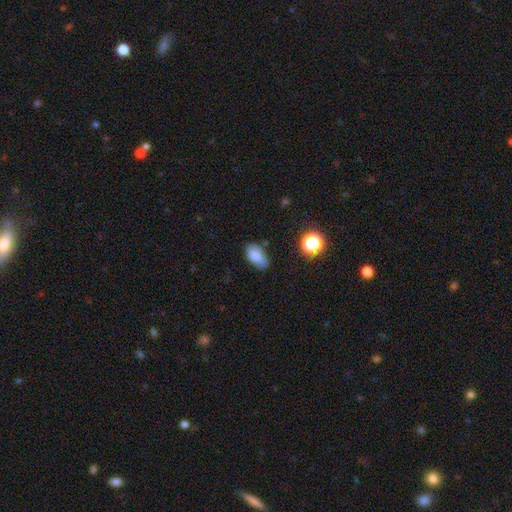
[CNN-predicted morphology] smooth 79%, featured or disk 11%, star or artifact 10%. Down the decision tree: how rounded — in between (91%); merging — none (67%).